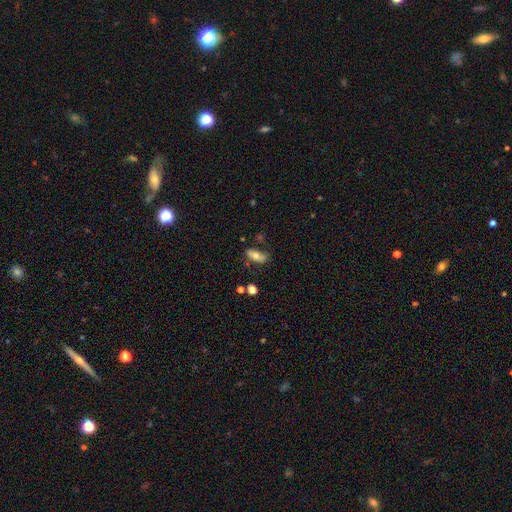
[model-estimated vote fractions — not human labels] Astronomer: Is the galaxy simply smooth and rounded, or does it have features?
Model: smooth — 61%.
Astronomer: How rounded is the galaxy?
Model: in between — 80%.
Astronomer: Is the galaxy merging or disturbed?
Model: none — 58%.